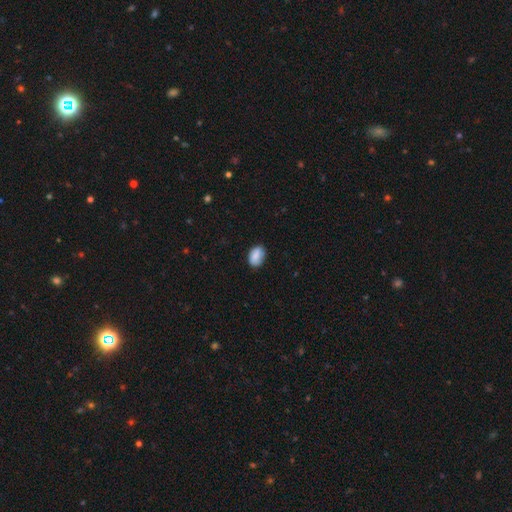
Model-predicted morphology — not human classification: Q: Smooth or featured?
A: smooth (86%); runner-up: star or artifact (7%)
Q: How rounded?
A: in between (88%); runner-up: round (11%)
Q: Merging?
A: none (78%); runner-up: minor disturbance (18%)